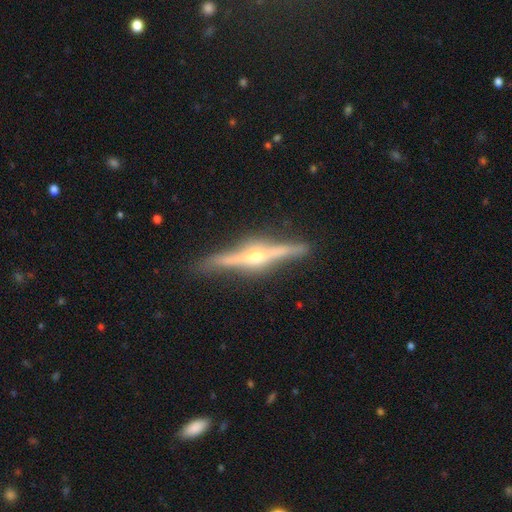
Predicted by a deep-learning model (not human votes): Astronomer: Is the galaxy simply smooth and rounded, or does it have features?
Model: featured or disk — 88%.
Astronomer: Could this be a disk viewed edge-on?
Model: yes — 98%.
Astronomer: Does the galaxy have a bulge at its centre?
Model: rounded — 90%.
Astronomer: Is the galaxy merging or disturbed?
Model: none — 90%.